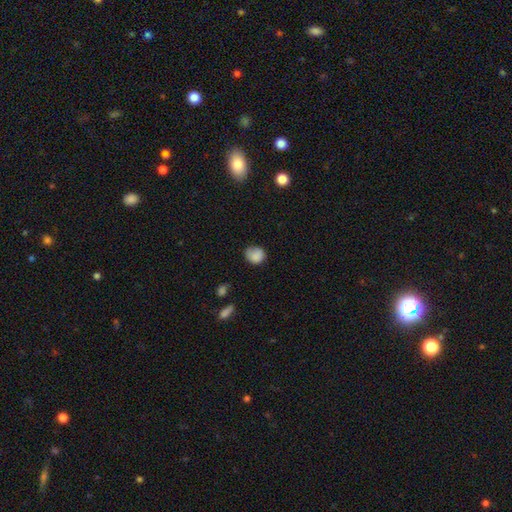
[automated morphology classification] smooth_or_featured: smooth (p=0.83) [alt: star or artifact p=0.09]
how_rounded: round (p=0.71) [alt: in between p=0.28]
merging: none (p=0.61) [alt: minor disturbance p=0.29]